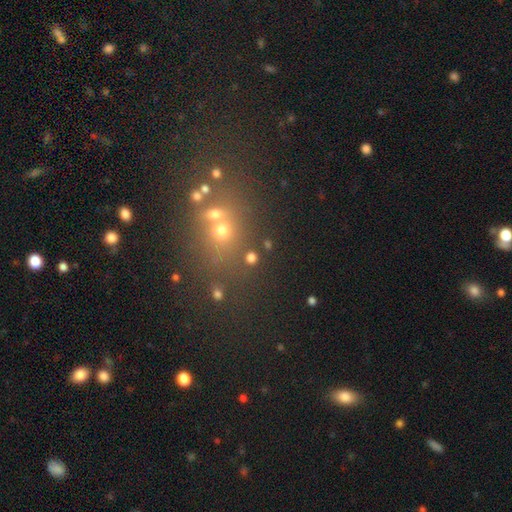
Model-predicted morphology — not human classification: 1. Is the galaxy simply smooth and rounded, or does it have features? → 45% star or artifact, 40% smooth, 15% featured or disk.